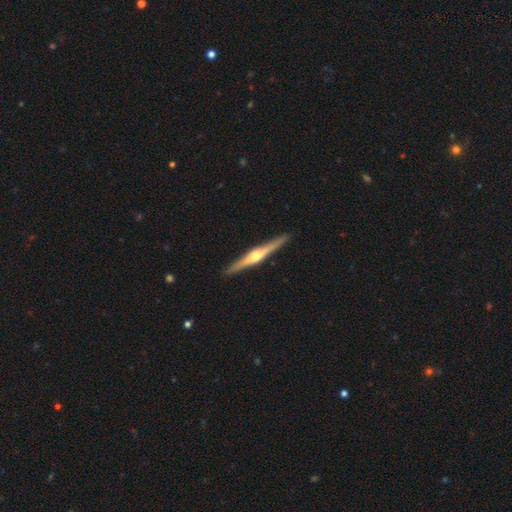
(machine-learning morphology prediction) smooth-or-featured: featured or disk: 79% | smooth: 16% | star or artifact: 4%
  disk-edge-on: yes: 98% | no: 2%
    edge-on-bulge: rounded: 93% | boxy: 3% | none: 3%
  merging: none: 92% | minor disturbance: 6% | major disturbance: 1% | merger: 1%